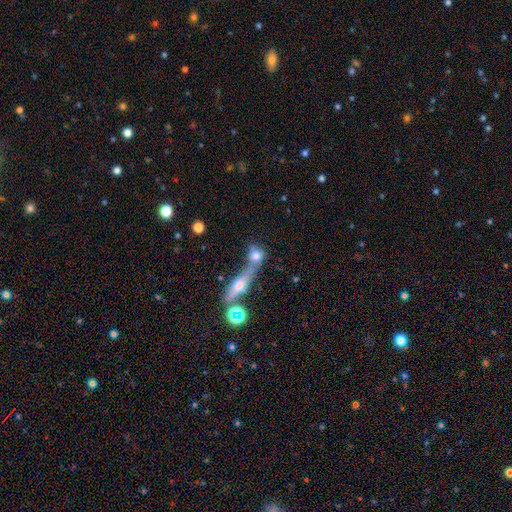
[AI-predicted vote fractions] This is likely a smooth galaxy (66%). How rounded: possibly round (52%). Merging: possibly merger (53%).